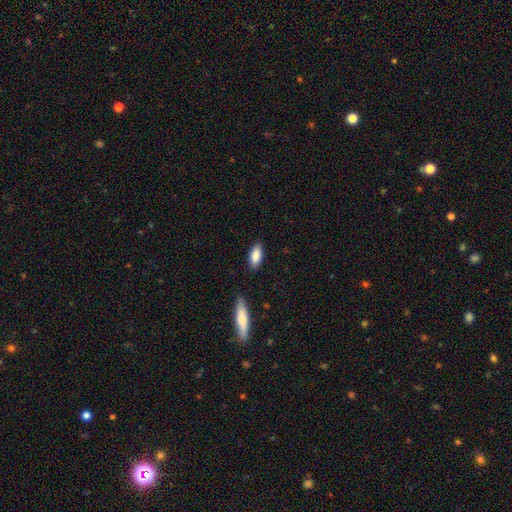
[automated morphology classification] smooth_or_featured: smooth (p=0.86) [alt: featured or disk p=0.07]
how_rounded: in between (p=0.84) [alt: cigar-shaped p=0.13]
merging: none (p=0.84) [alt: minor disturbance p=0.12]